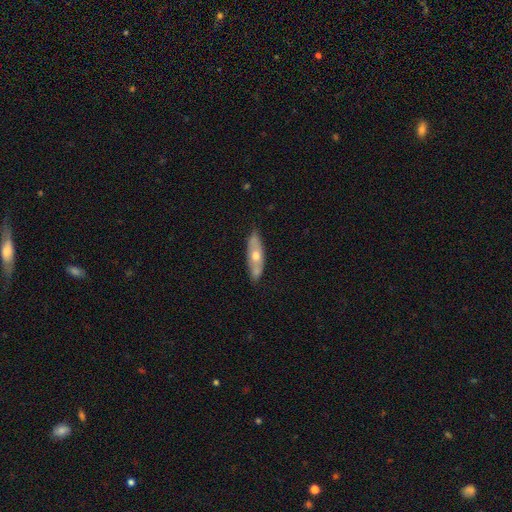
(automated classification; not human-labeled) featured or disk 49%, smooth 45%, star or artifact 6%. Down the decision tree: merging — none (81%).